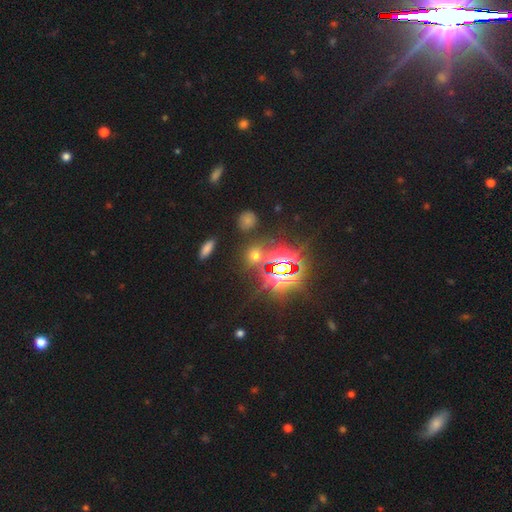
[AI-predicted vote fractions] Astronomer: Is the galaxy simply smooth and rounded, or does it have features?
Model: star or artifact — 58% (runner-up: smooth, 34%).